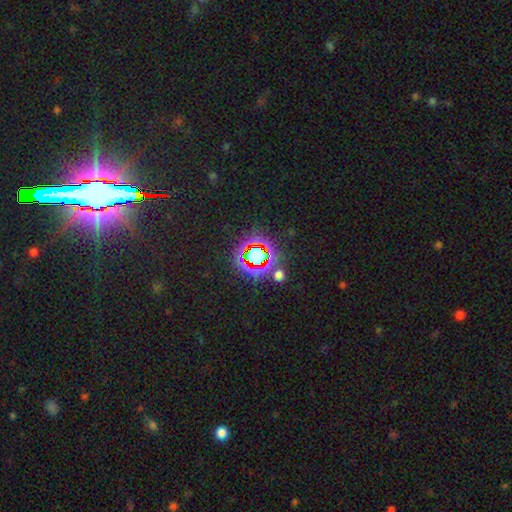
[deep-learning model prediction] smooth-or-featured: star or artifact: 70% | smooth: 19% | featured or disk: 11%